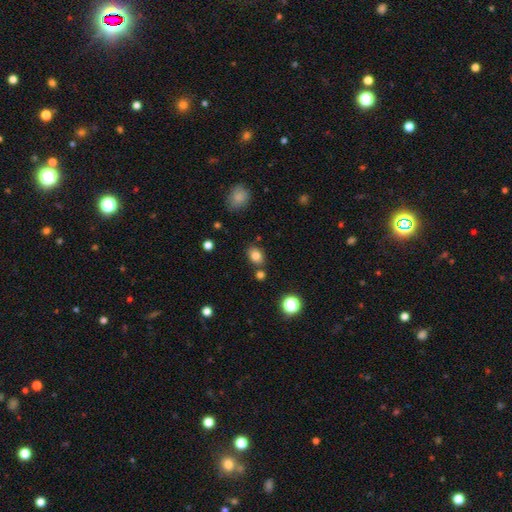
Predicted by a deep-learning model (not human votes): This appears to be a smooth galaxy with no disk features (81%) that is in between round and cigar-shaped (66%). Merging: none (76%).